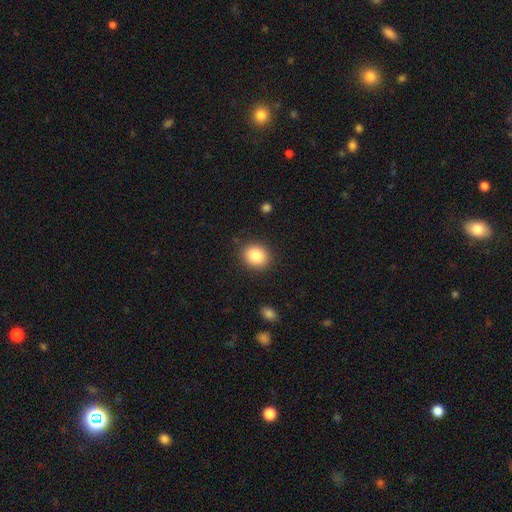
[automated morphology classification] This is clearly a smooth galaxy (85%). How rounded: likely round (70%). Merging: clearly none (89%).